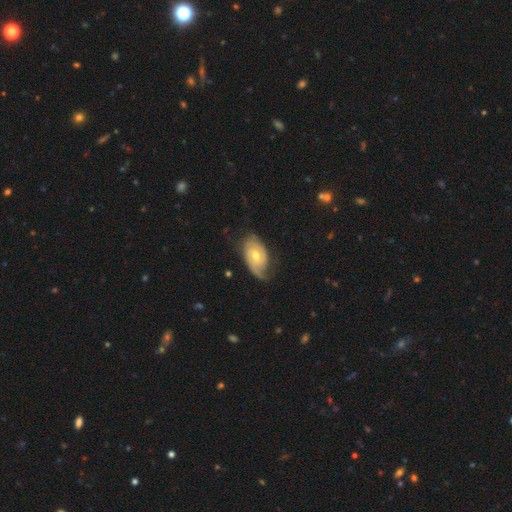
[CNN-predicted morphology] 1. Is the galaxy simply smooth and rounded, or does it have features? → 73% featured or disk, 22% smooth, 6% star or artifact.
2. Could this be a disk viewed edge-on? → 95% no, 5% yes.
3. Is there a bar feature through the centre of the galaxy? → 64% no, 31% weak, 5% strong.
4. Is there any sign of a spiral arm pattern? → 90% yes, 10% no.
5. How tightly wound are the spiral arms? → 46% tight, 34% medium, 20% loose.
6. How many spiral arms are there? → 55% 2, 20% can't tell, 17% 1, 5% 3, 2% 4, 2% more than 4.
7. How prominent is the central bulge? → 61% moderate, 35% small, 3% large, 1% none, 1% dominant.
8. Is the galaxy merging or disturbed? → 63% none, 25% minor disturbance, 10% major disturbance, 1% merger.